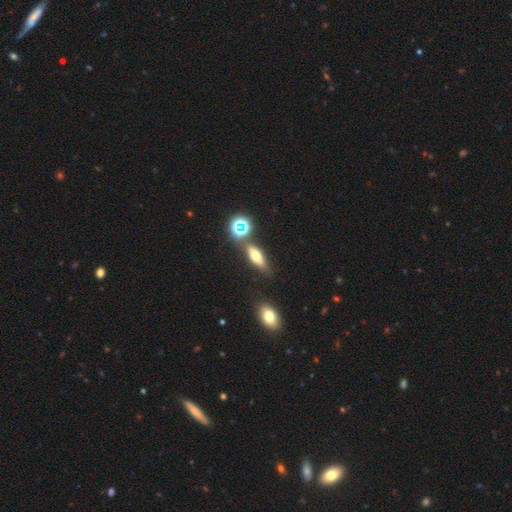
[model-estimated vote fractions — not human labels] A smooth galaxy with no disk features (56%) that is in between round and cigar-shaped (62%).

Vote fractions:
- Smooth or featured? smooth: 56% / featured or disk: 27% / star or artifact: 17%
- How rounded? in between: 62% / cigar-shaped: 30% / round: 8%
- Merging? none: 71% / minor disturbance: 14% / merger: 10% / major disturbance: 5%